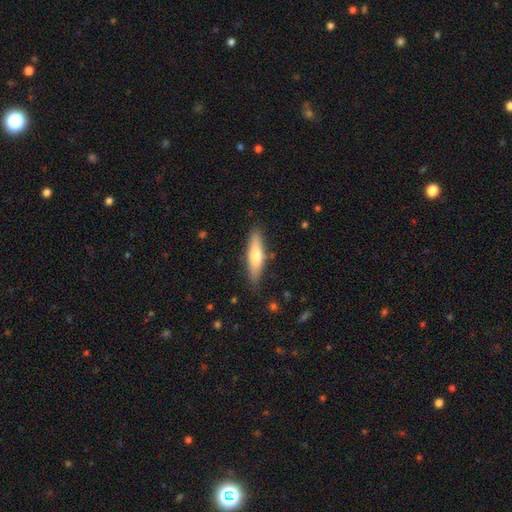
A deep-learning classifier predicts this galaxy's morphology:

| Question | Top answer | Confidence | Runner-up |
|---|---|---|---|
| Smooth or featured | smooth | 61% | featured or disk (33%) |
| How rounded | cigar-shaped | 74% | in between (24%) |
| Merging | none | 85% | minor disturbance (11%) |